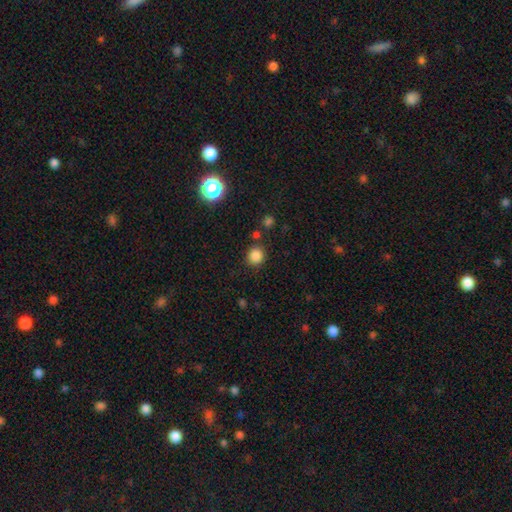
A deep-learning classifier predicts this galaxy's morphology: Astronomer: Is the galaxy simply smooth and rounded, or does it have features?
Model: smooth — 84%.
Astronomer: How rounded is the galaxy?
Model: round — 89%.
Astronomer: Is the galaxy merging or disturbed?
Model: none — 83%.